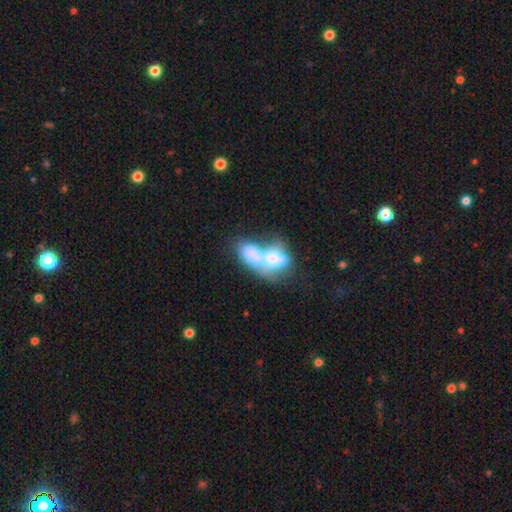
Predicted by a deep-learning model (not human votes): Overall: smooth (52%; featured or disk 38%). How rounded: in between (74%). Merging: merger (77%).